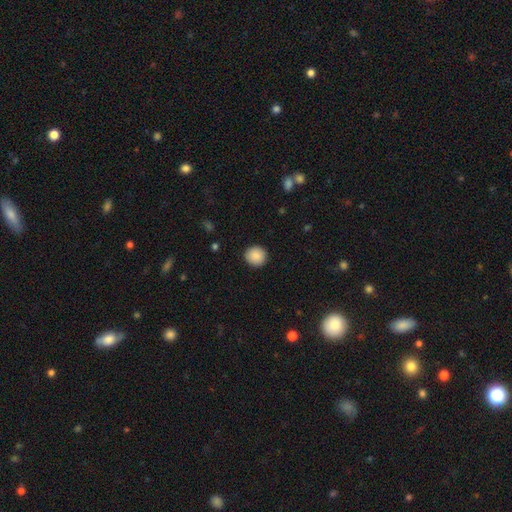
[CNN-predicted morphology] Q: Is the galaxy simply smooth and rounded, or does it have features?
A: smooth — 89%.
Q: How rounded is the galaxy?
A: round — 93%.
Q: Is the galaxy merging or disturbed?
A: none — 92%.